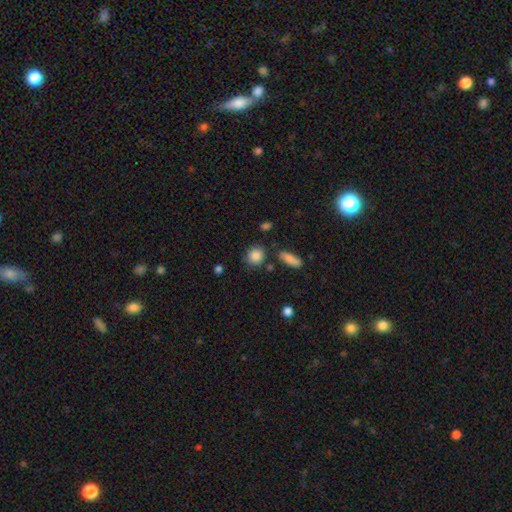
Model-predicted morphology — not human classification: type=smooth (86%); roundness=round (78%); merging=none (79%).